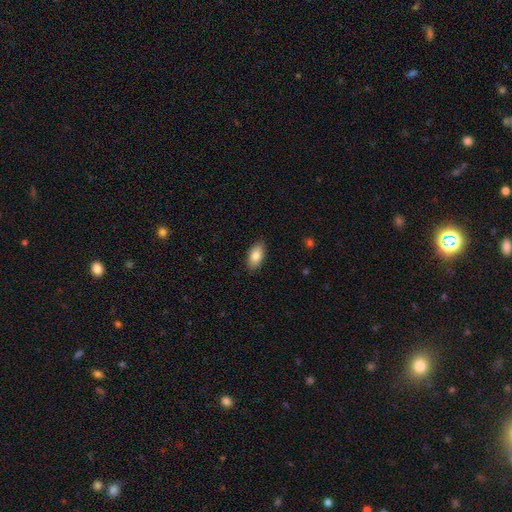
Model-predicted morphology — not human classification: A smooth galaxy with no disk features (84%) that is in between round and cigar-shaped (92%).

Vote fractions:
- Smooth or featured? smooth: 84% / featured or disk: 10% / star or artifact: 7%
- How rounded? in between: 92% / cigar-shaped: 5% / round: 3%
- Merging? none: 88% / minor disturbance: 9% / major disturbance: 2% / merger: 1%